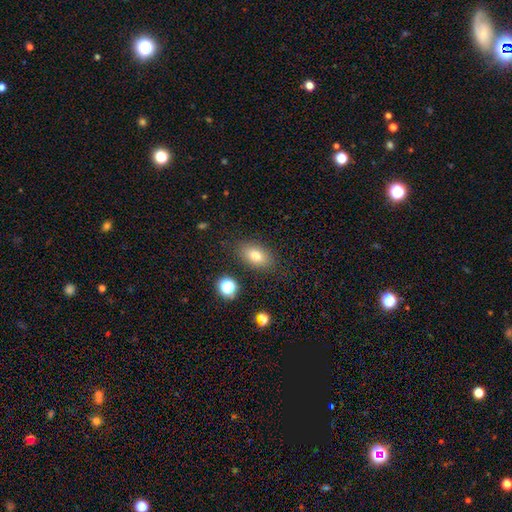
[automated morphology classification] smooth 78%, featured or disk 12%, star or artifact 11%. Down the decision tree: how rounded — in between (86%); merging — none (82%).